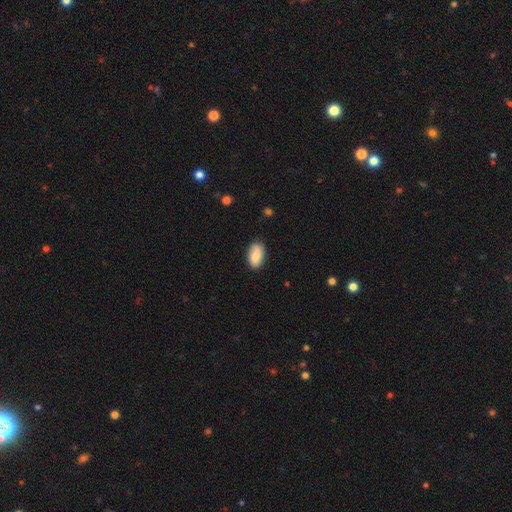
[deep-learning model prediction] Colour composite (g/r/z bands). It shows a smooth galaxy with no disk features (75%) that is in between round and cigar-shaped (93%). Merging: none (81%).